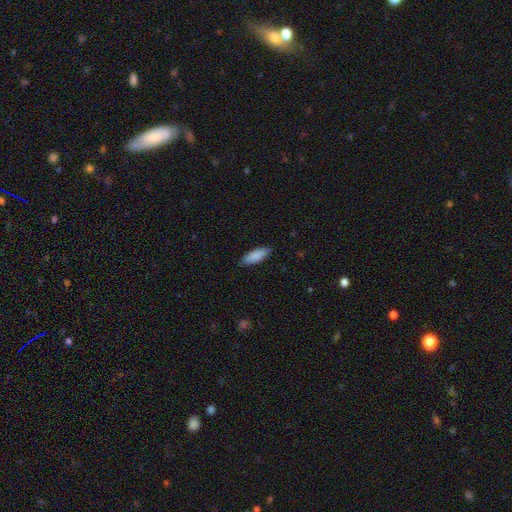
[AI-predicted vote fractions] smooth_or_featured: smooth (p=0.88) [alt: featured or disk p=0.06]
how_rounded: in between (p=0.67) [alt: cigar-shaped p=0.31]
merging: none (p=0.85) [alt: minor disturbance p=0.12]